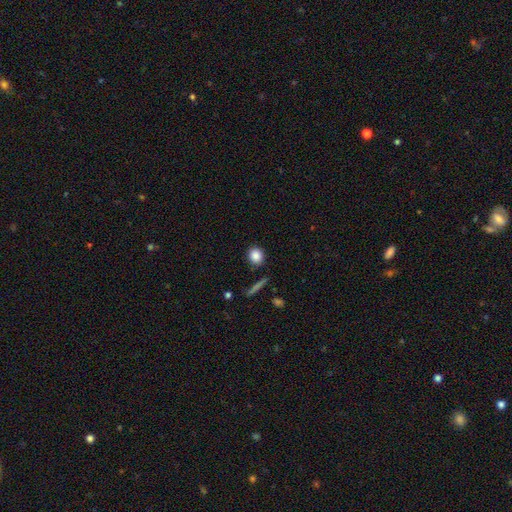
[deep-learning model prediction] Smooth or featured?
  - smooth: 85% *
  - star or artifact: 9%
  - featured or disk: 6%
How rounded?
  - round: 78% *
  - in between: 19%
  - cigar-shaped: 3%
Merging?
  - none: 85% *
  - minor disturbance: 9%
  - merger: 3%
  - major disturbance: 3%